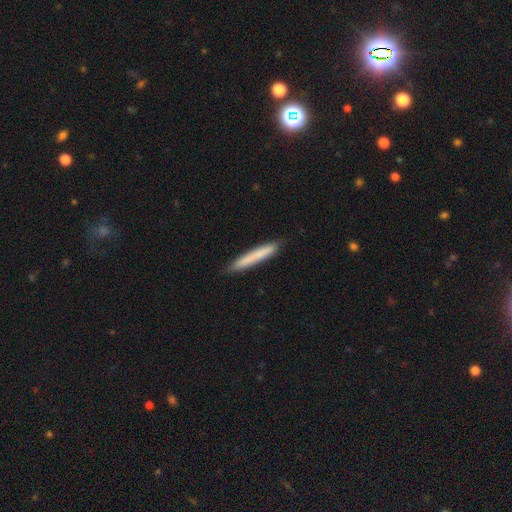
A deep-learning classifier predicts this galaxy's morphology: Smooth or featured? Predicted: smooth (p=0.76). How rounded? Predicted: cigar-shaped (p=0.96). Merging? Predicted: none (p=0.89).